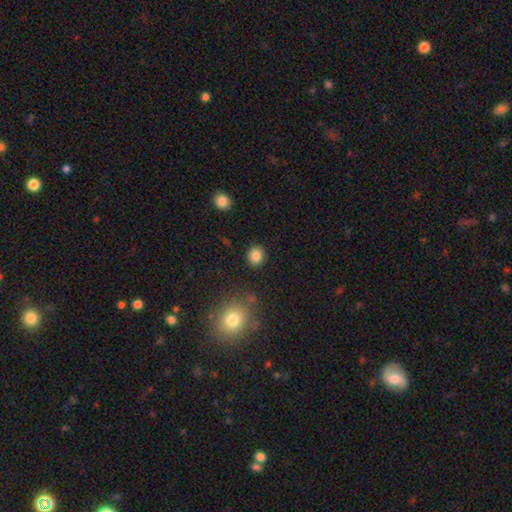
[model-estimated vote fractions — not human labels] smooth_or_featured: smooth (p=0.85) [alt: star or artifact p=0.10]
how_rounded: round (p=0.80) [alt: in between p=0.19]
merging: none (p=0.89) [alt: minor disturbance p=0.07]